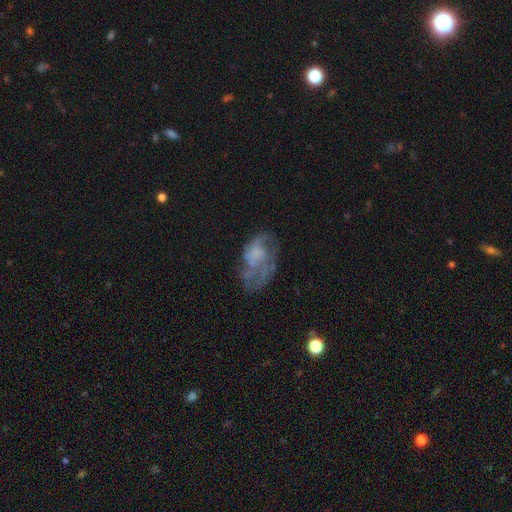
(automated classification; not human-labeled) Morphology: type=featured or disk (66%); edge-on=no (97%); bar=no (76%); spiral arms=yes (67%); bulge=none (57%); merging=none (47%).